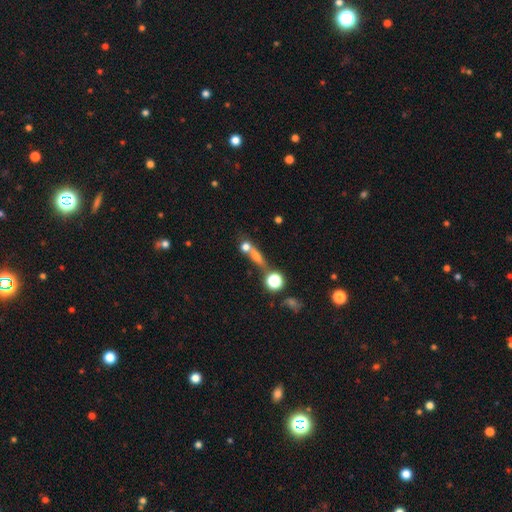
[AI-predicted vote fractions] This is possibly a smooth galaxy (50%). Merging: marginally none (43%).